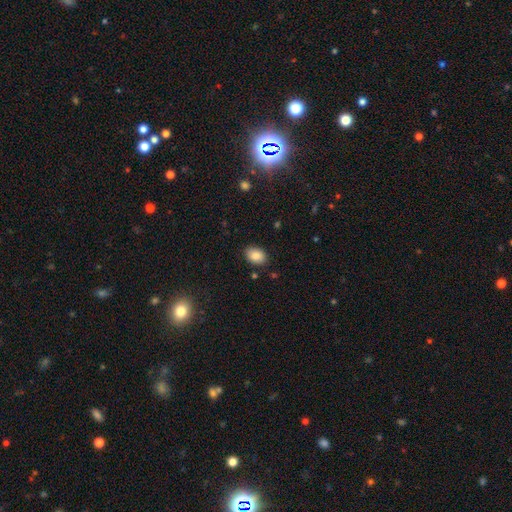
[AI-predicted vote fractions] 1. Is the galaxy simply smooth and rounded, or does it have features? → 85% smooth, 8% star or artifact, 7% featured or disk.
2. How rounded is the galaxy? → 82% in between, 17% round, 1% cigar-shaped.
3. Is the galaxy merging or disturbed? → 87% none, 10% minor disturbance, 2% major disturbance, 2% merger.